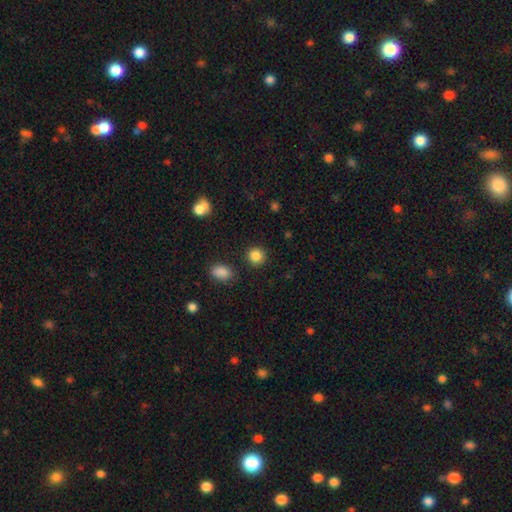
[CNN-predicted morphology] Overall: smooth (86%). How rounded: round (89%). Merging: none (89%).